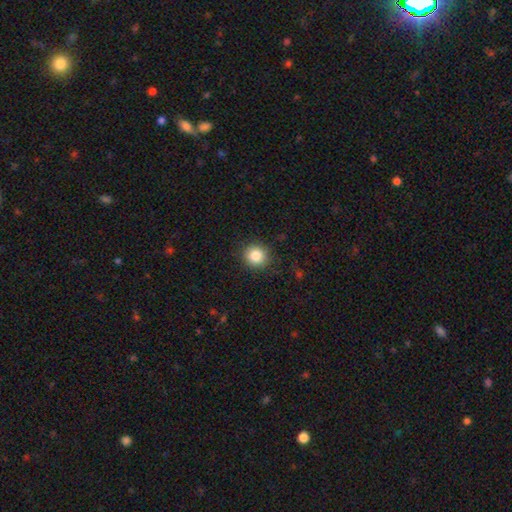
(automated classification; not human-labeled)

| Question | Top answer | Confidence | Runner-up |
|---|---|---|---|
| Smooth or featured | smooth | 84% | star or artifact (10%) |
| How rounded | round | 90% | in between (9%) |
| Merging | none | 89% | minor disturbance (7%) |